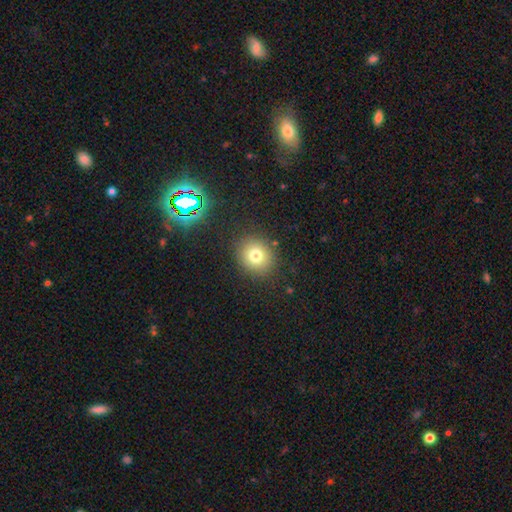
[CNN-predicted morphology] type=smooth (75%); roundness=round (83%); merging=none (87%).